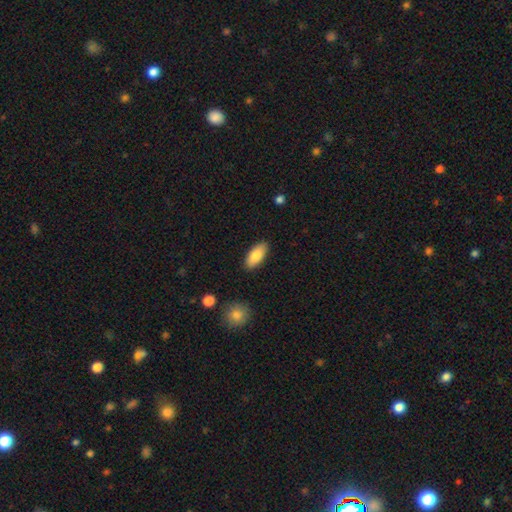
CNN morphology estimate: Smooth or featured?
  - smooth: 84% *
  - featured or disk: 10%
  - star or artifact: 6%
How rounded?
  - in between: 87% *
  - cigar-shaped: 11%
  - round: 2%
Merging?
  - none: 88% *
  - minor disturbance: 9%
  - major disturbance: 2%
  - merger: 1%